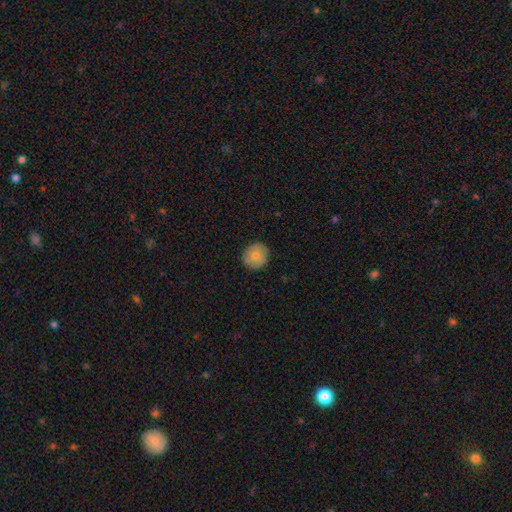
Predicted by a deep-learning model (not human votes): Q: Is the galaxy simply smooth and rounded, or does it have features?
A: smooth — 76%.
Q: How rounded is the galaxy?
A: round — 92%.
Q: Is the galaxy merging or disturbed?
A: none — 89%.